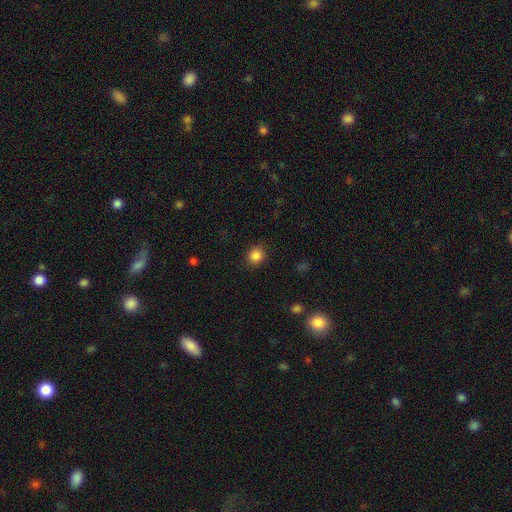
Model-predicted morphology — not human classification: This appears to be a smooth galaxy with no disk features (85%) that is round (81%). Merging: none (89%).